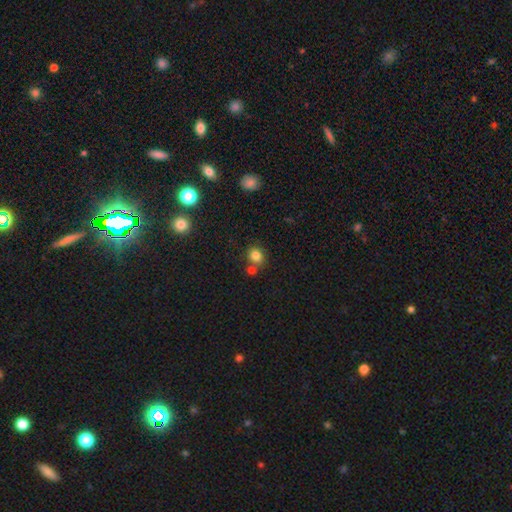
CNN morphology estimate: The model was most divided on "merging": none: 61%, merger: 25%, minor disturbance: 11%, major disturbance: 4%. More confident: smooth or featured — smooth (82%); how rounded — round (73%).